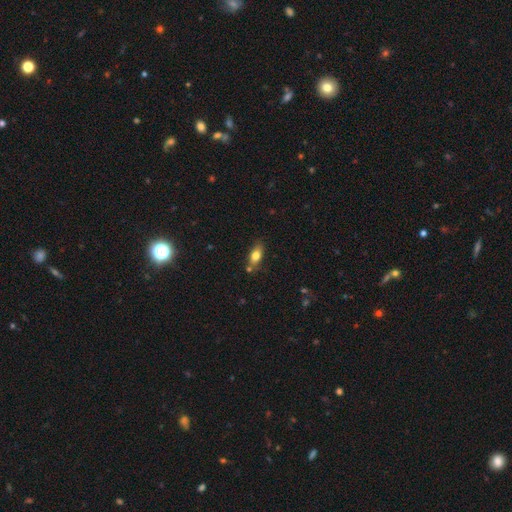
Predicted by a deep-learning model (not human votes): A smooth galaxy with no disk features (77%) that is in between round and cigar-shaped (83%).

Vote fractions:
- Smooth or featured? smooth: 77% / featured or disk: 15% / star or artifact: 8%
- How rounded? in between: 83% / cigar-shaped: 10% / round: 7%
- Merging? none: 71% / minor disturbance: 17% / merger: 8% / major disturbance: 4%